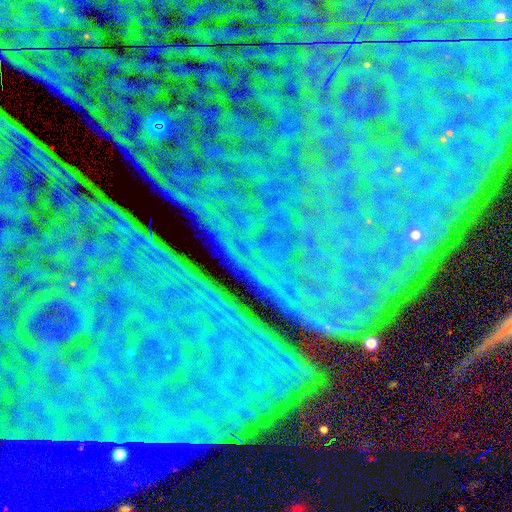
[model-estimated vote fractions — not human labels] Smooth or featured?
  - star or artifact: 86% *
  - featured or disk: 8%
  - smooth: 6%